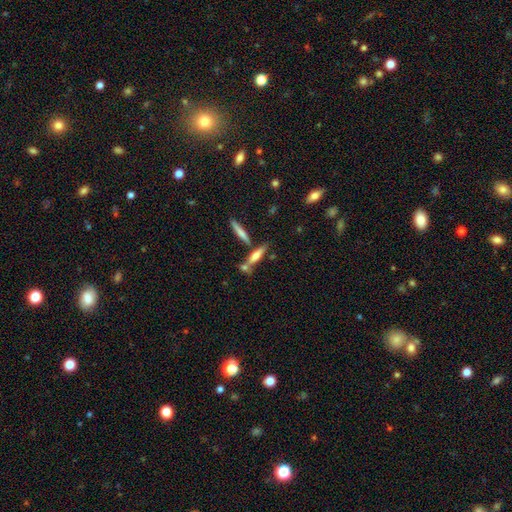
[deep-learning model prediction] Overall: smooth (55%; featured or disk 36%). How rounded: cigar-shaped (74%). Merging: none (58%; merger 26%).